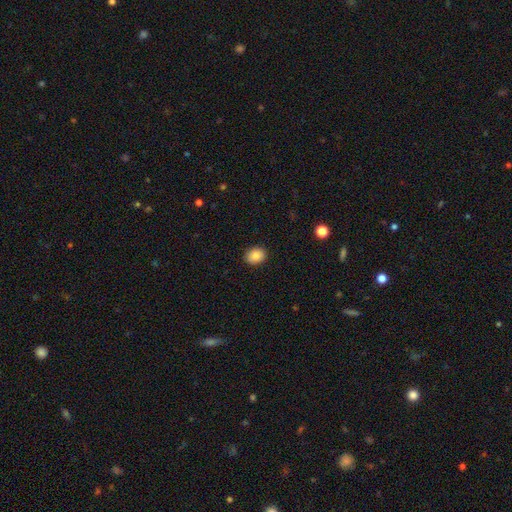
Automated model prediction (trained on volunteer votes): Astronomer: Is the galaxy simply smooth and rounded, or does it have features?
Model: smooth — 86%.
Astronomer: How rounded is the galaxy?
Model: in between — 57% (runner-up: round, 42%).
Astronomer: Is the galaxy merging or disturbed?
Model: none — 90%.